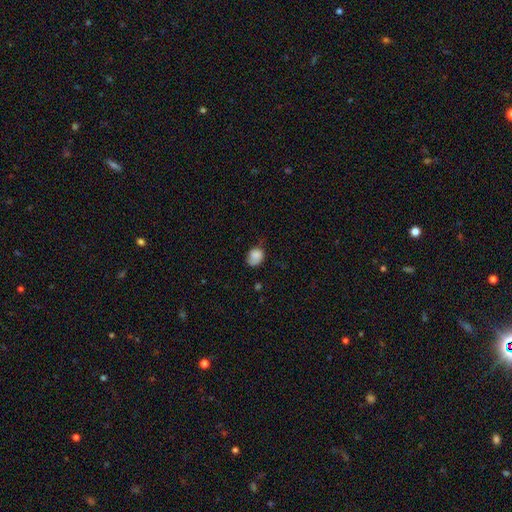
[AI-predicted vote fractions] Q: Smooth or featured?
A: smooth (84%); runner-up: star or artifact (9%)
Q: How rounded?
A: in between (60%); runner-up: round (39%)
Q: Merging?
A: none (53%); runner-up: minor disturbance (35%)